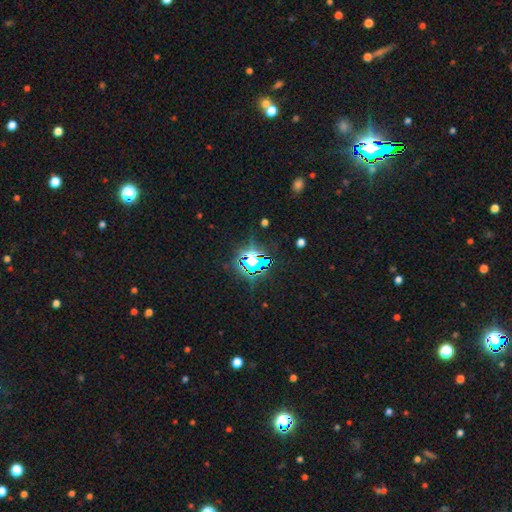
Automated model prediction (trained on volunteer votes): Overall: star or artifact (72%).